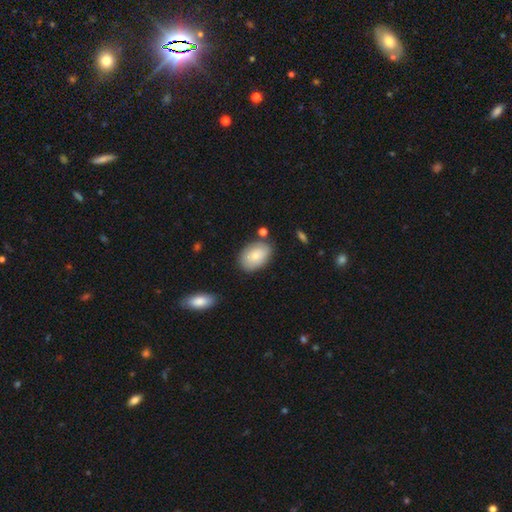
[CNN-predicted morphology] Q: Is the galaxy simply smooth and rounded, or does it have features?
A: smooth — 74%.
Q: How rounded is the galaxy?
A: in between — 87%.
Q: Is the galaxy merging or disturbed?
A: none — 76%.